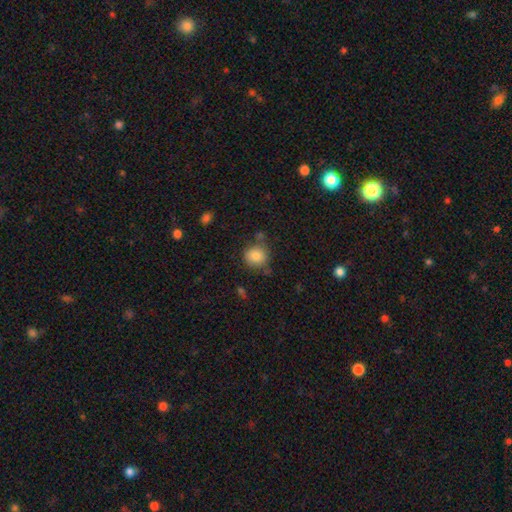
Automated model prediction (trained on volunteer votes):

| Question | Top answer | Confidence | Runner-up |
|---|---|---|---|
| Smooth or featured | smooth | 83% | star or artifact (10%) |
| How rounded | round | 86% | in between (13%) |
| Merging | none | 70% | minor disturbance (16%) |